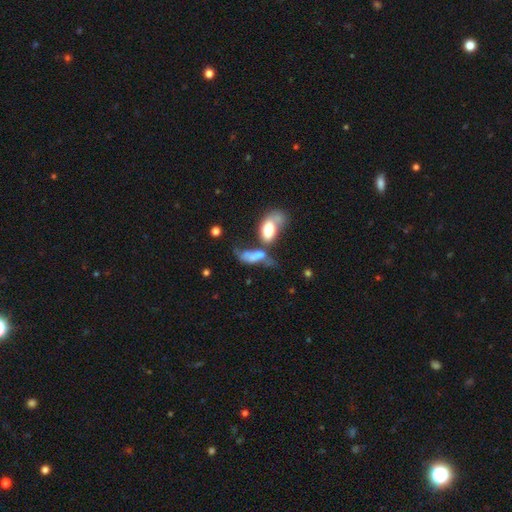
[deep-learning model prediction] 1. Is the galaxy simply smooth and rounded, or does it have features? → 58% smooth, 31% featured or disk, 11% star or artifact.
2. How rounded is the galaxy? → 80% in between, 15% cigar-shaped, 5% round.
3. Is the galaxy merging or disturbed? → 58% merger, 19% major disturbance, 13% none, 10% minor disturbance.